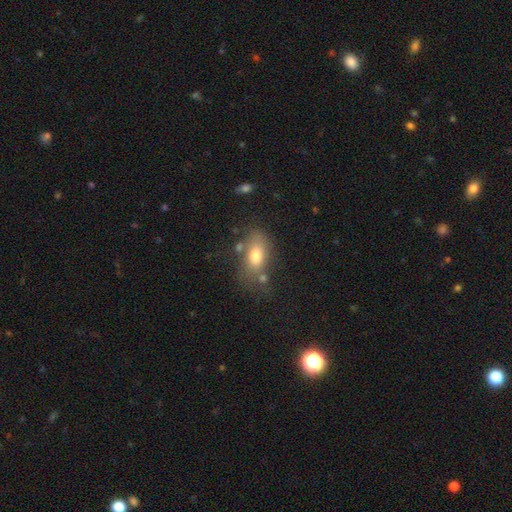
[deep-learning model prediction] Q: Smooth or featured?
A: smooth (73%); runner-up: featured or disk (17%)
Q: How rounded?
A: in between (84%); runner-up: round (12%)
Q: Merging?
A: none (58%); runner-up: minor disturbance (21%)